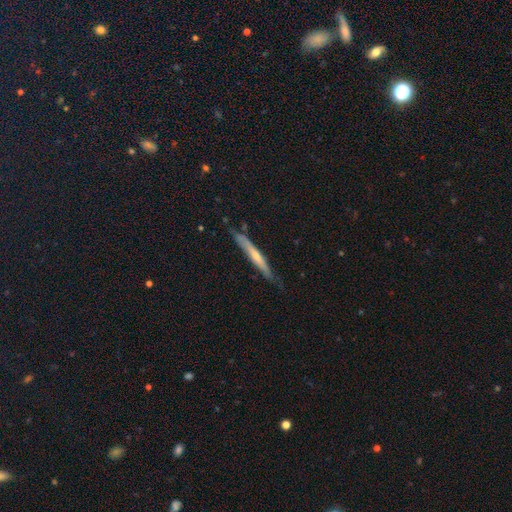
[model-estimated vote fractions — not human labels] smooth-or-featured: featured or disk: 54% | smooth: 40% | star or artifact: 6%
  disk-edge-on: yes: 93% | no: 7%
  merging: none: 77% | minor disturbance: 18% | major disturbance: 3% | merger: 2%